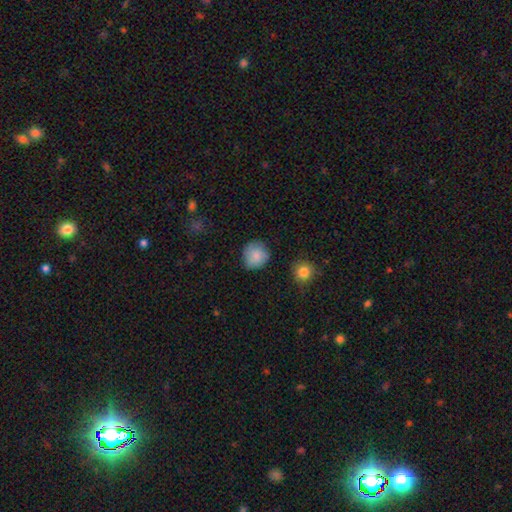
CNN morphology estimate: smooth 84%, featured or disk 8%, star or artifact 7%. Down the decision tree: how rounded — round (89%); merging — none (78%).